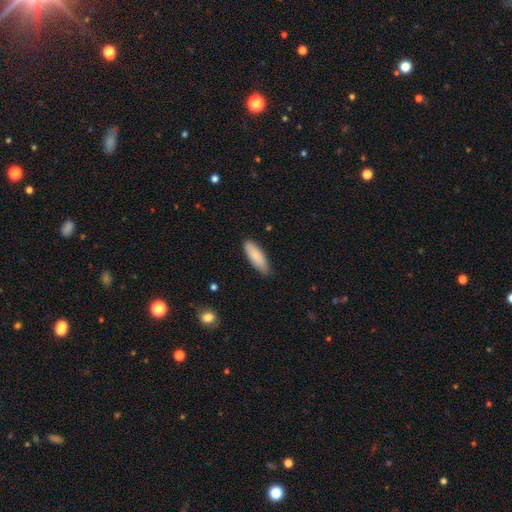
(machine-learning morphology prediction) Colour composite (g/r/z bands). It shows a smooth galaxy with no disk features (84%) that is in between round and cigar-shaped (62%). Merging: none (81%).